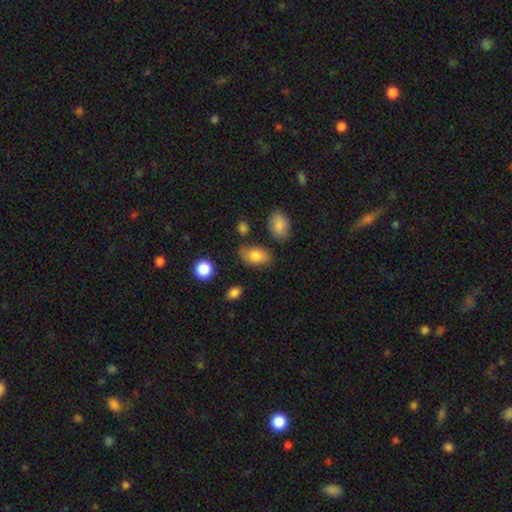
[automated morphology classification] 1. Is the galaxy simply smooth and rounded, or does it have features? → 79% smooth, 13% featured or disk, 8% star or artifact.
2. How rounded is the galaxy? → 90% in between, 8% round, 2% cigar-shaped.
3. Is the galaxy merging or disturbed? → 72% none, 19% minor disturbance, 5% major disturbance, 4% merger.